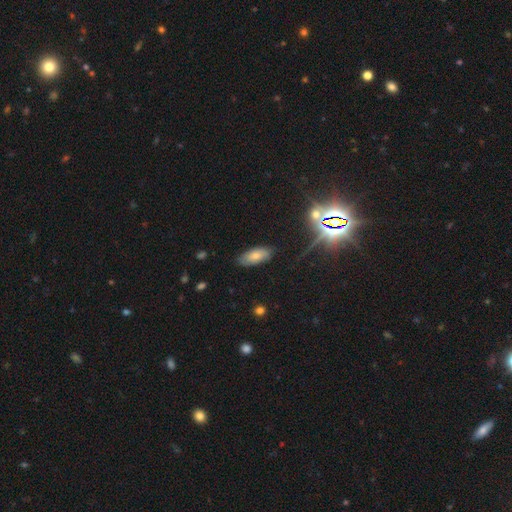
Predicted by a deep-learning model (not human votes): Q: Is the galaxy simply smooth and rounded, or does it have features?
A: smooth — 72%.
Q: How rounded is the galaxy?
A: in between — 88%.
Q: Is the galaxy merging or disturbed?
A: none — 79%.